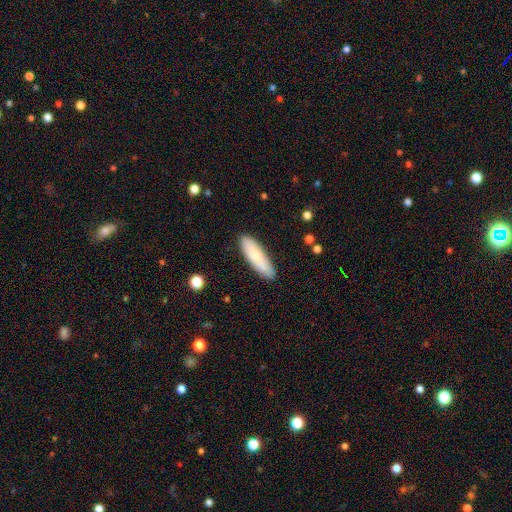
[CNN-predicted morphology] This is clearly a smooth galaxy (82%). How rounded: likely cigar-shaped (61%). Merging: clearly none (88%).